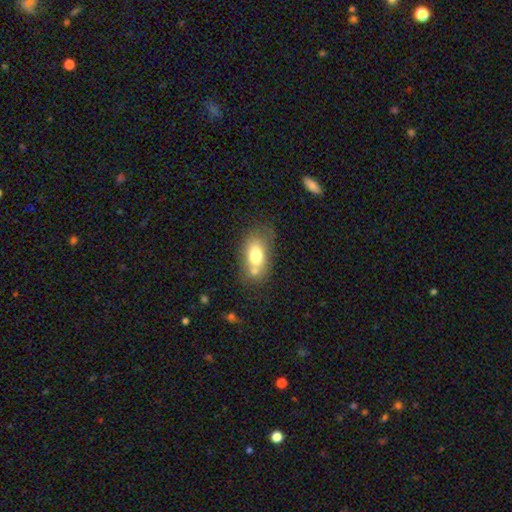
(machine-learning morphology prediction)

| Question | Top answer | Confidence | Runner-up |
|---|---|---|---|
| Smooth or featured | smooth | 73% | featured or disk (19%) |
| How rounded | in between | 86% | round (9%) |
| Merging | none | 50% | merger (21%) |